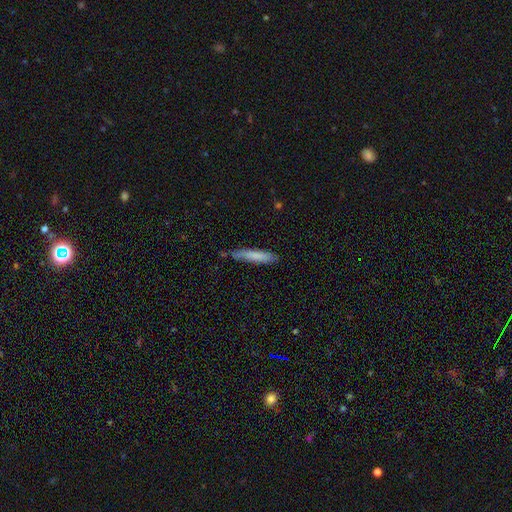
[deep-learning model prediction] Smooth or featured?
  - smooth: 76% *
  - featured or disk: 19%
  - star or artifact: 6%
How rounded?
  - cigar-shaped: 90% *
  - in between: 9%
  - round: 1%
Merging?
  - none: 69% *
  - minor disturbance: 24%
  - major disturbance: 4%
  - merger: 3%